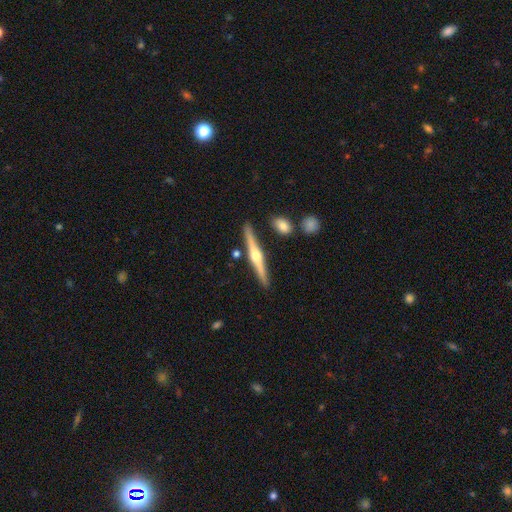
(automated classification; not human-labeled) smooth_or_featured: featured or disk (p=0.75) [alt: smooth p=0.20]
disk_edge_on: yes (p=0.98) [alt: no p=0.02]
edge_on_bulge: rounded (p=0.93) [alt: none p=0.03]
merging: none (p=0.88) [alt: minor disturbance p=0.07]